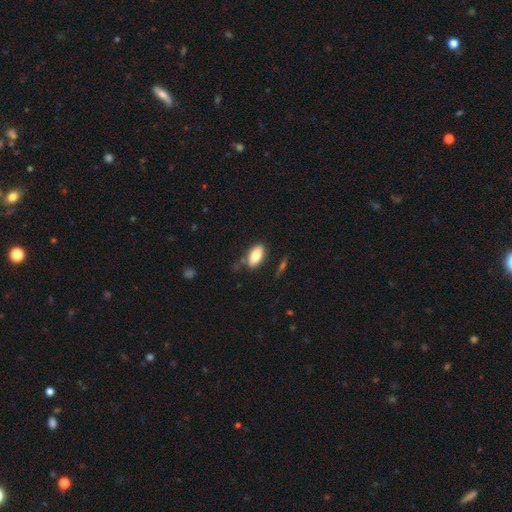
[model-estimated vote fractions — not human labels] A smooth galaxy with no disk features (79%) that is in between round and cigar-shaped (90%).

Vote fractions:
- Smooth or featured? smooth: 79% / featured or disk: 14% / star or artifact: 7%
- How rounded? in between: 90% / cigar-shaped: 6% / round: 3%
- Merging? none: 74% / minor disturbance: 17% / major disturbance: 5% / merger: 4%